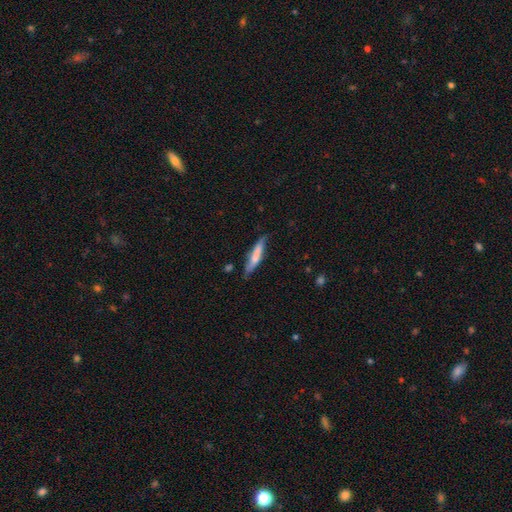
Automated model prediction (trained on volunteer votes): smooth_or_featured: smooth (p=0.65) [alt: featured or disk p=0.29]
how_rounded: cigar-shaped (p=0.86) [alt: in between p=0.12]
merging: none (p=0.70) [alt: minor disturbance p=0.23]